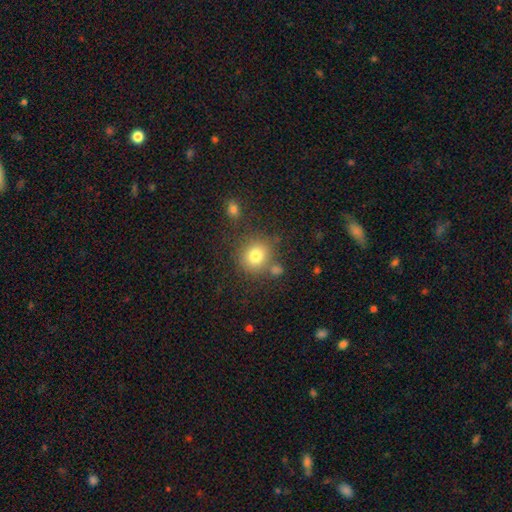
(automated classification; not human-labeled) smooth-or-featured: smooth: 79% | star or artifact: 12% | featured or disk: 10%
  how-rounded: round: 86% | in between: 13% | cigar-shaped: 1%
  merging: none: 72% | minor disturbance: 12% | merger: 11% | major disturbance: 5%